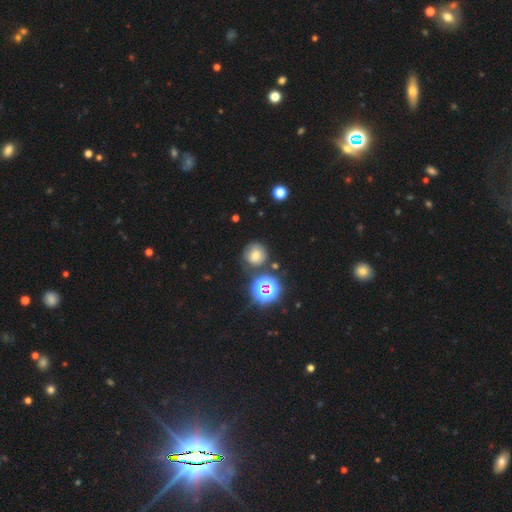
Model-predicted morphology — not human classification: Smooth or featured?
  - smooth: 63% *
  - star or artifact: 23%
  - featured or disk: 14%
How rounded?
  - round: 88% *
  - in between: 11%
  - cigar-shaped: 1%
Merging?
  - none: 74% *
  - minor disturbance: 14%
  - merger: 7%
  - major disturbance: 6%